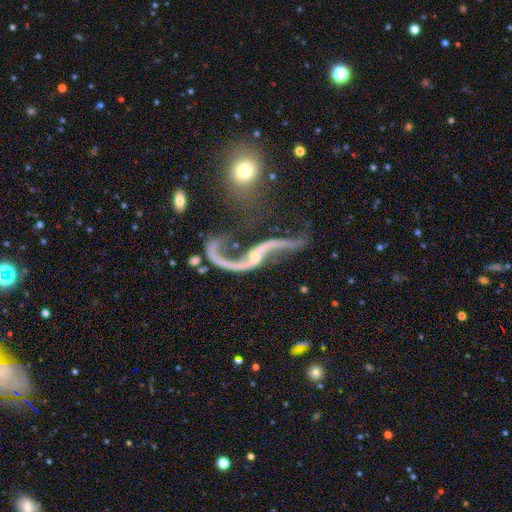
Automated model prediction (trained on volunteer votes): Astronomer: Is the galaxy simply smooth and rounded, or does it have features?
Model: featured or disk — 90%.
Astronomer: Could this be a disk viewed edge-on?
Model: no — 92%.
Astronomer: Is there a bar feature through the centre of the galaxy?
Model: no — 52% (runner-up: weak, 30%).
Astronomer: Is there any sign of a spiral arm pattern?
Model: yes — 94%.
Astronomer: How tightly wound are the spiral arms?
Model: loose — 95%.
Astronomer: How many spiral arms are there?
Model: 2 — 92%.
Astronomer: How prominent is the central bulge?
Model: small — 71%.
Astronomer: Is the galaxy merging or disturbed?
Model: none — 40% (runner-up: major disturbance, 28%).